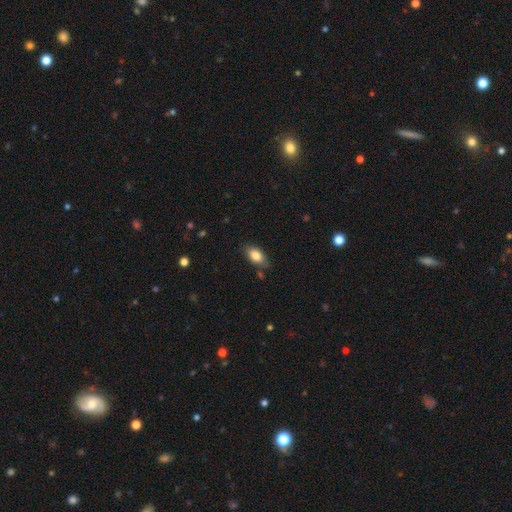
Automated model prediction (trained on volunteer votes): Smooth or featured?
  - smooth: 82% *
  - featured or disk: 10%
  - star or artifact: 7%
How rounded?
  - in between: 90% *
  - round: 6%
  - cigar-shaped: 4%
Merging?
  - none: 77% *
  - minor disturbance: 17%
  - major disturbance: 3%
  - merger: 3%